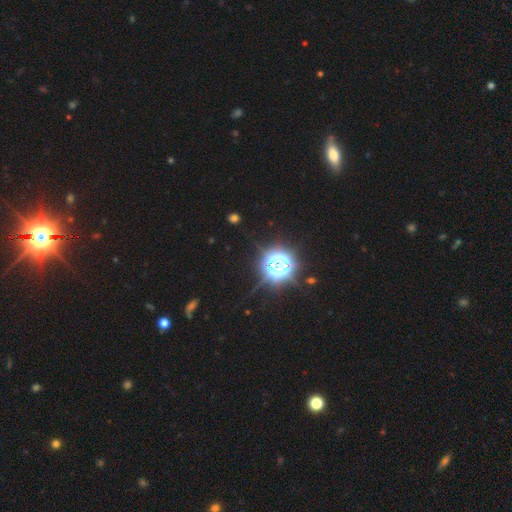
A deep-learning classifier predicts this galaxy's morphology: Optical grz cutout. It shows a star or artifact, not a galaxy (79%).